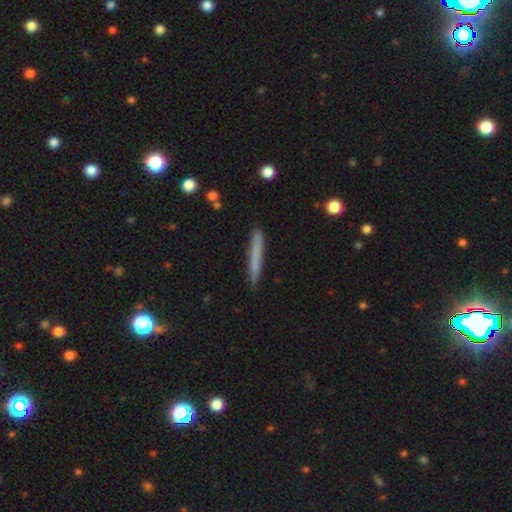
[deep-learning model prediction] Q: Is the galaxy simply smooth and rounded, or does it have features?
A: smooth — 70%.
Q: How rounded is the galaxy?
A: cigar-shaped — 96%.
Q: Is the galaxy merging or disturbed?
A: none — 90%.